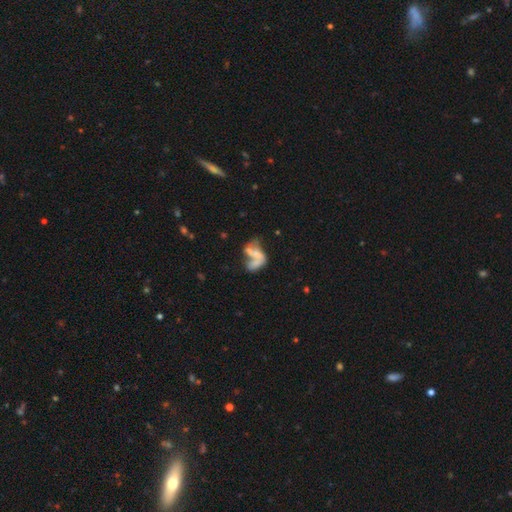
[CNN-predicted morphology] A featured or disk galaxy (52%) with no bar (72%), no spiral arms (67%) and no central bulge (60%).

Vote fractions:
- Smooth or featured? featured or disk: 52% / smooth: 37% / star or artifact: 11%
- Edge-on disk? no: 97% / yes: 3%
- Bar? no: 72% / weak: 18% / strong: 10%
- Spiral arms? no: 67% / yes: 33%
- Bulge size? none: 60% / small: 21% / moderate: 13% / large: 4% / dominant: 2%
- Merging? merger: 47% / major disturbance: 23% / none: 19% / minor disturbance: 11%